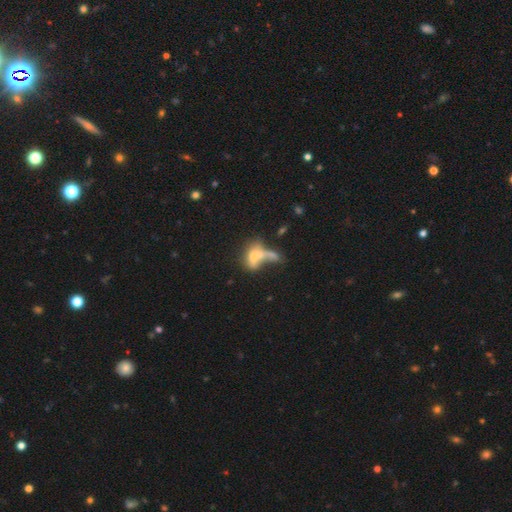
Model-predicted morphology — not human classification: Smooth or featured?
  - smooth: 57% *
  - featured or disk: 30%
  - star or artifact: 13%
How rounded?
  - in between: 69% *
  - round: 16%
  - cigar-shaped: 14%
Merging?
  - merger: 45% *
  - major disturbance: 24%
  - none: 21%
  - minor disturbance: 10%